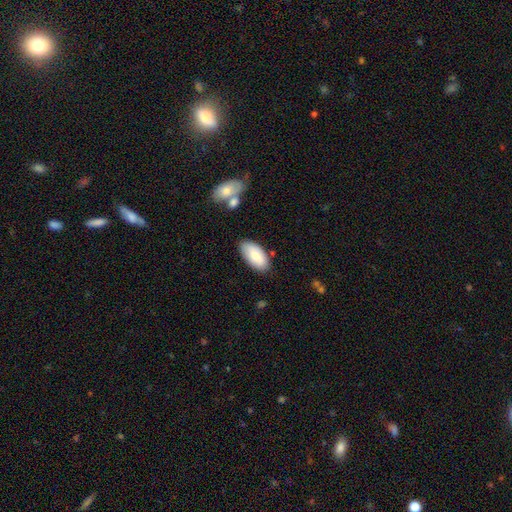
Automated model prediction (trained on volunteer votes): Smooth or featured? smooth (80%)
How rounded? in between (94%)
Merging? none (80%)